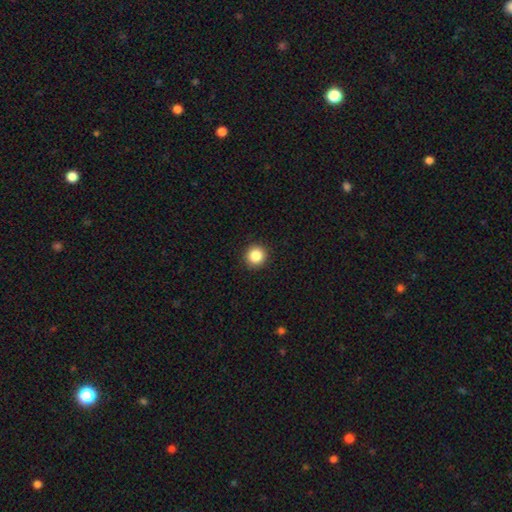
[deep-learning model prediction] Overall: smooth (85%). How rounded: round (95%). Merging: none (93%).